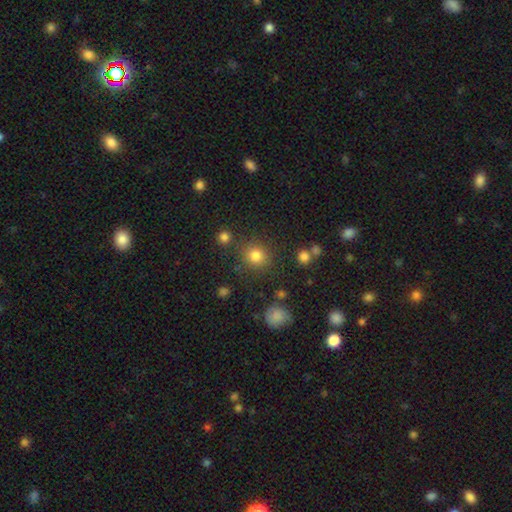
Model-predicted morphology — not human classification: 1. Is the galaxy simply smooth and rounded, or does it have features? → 80% smooth, 14% star or artifact, 6% featured or disk.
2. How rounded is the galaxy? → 89% round, 10% in between, 1% cigar-shaped.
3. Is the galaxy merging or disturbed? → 82% none, 9% minor disturbance, 5% merger, 4% major disturbance.